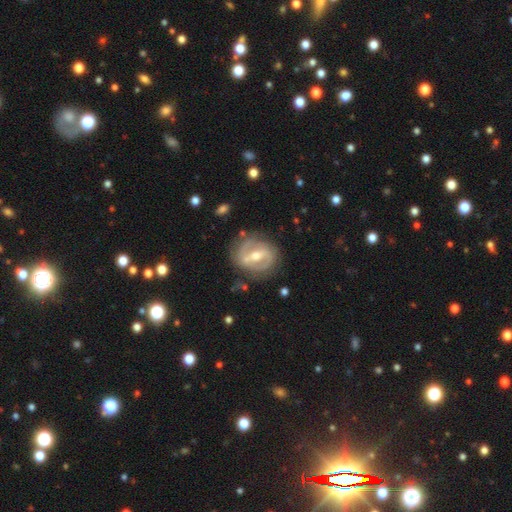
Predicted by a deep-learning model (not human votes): Smooth or featured: featured or disk — 78% (smooth — 17%)
Edge-on disk: no — 94% (yes — 6%)
Bar: strong — 58% (weak — 30%)
Spiral arms: yes — 61% (no — 39%)
Bulge size: moderate — 70% (small — 23%)
Merging: none — 76% (minor disturbance — 16%)